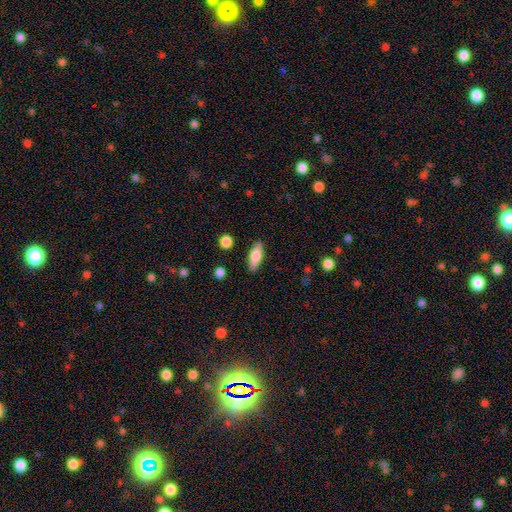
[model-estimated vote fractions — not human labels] The model was most divided on "how rounded": in between: 69%, cigar-shaped: 28%, round: 3%. More confident: merging — none (87%); smooth or featured — smooth (77%).